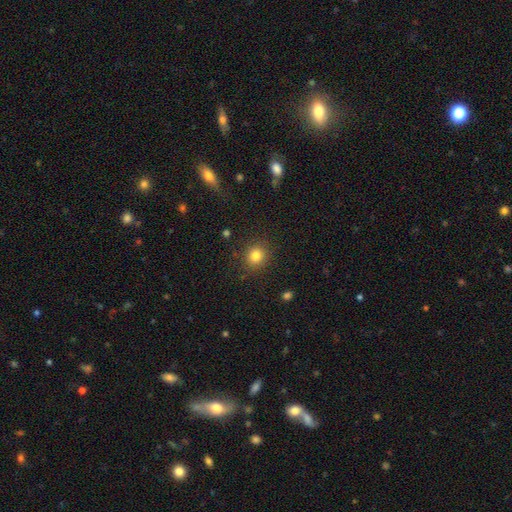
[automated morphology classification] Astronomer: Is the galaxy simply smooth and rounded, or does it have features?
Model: smooth — 82%.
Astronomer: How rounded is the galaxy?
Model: round — 83%.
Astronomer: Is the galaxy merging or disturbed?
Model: none — 88%.